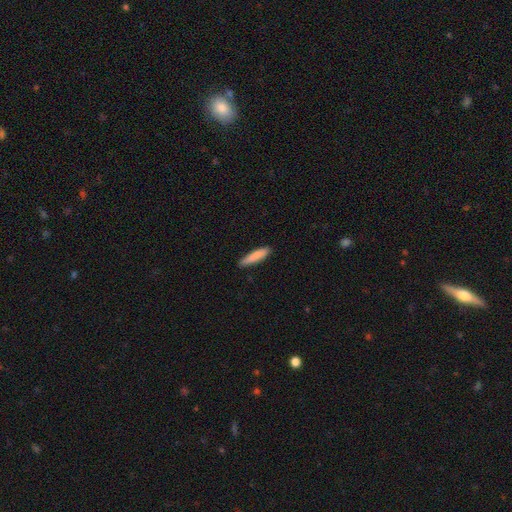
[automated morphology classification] Smooth or featured? Predicted: smooth (p=0.85). How rounded? Predicted: cigar-shaped (p=0.81). Merging? Predicted: none (p=0.86).